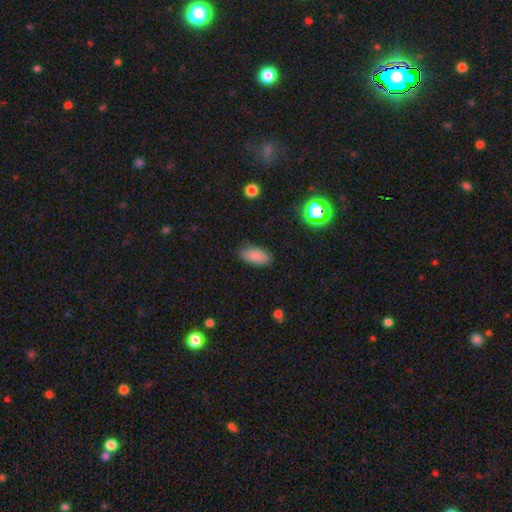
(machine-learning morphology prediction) smooth 86%, star or artifact 9%, featured or disk 6%. Down the decision tree: how rounded — in between (90%); merging — none (86%).